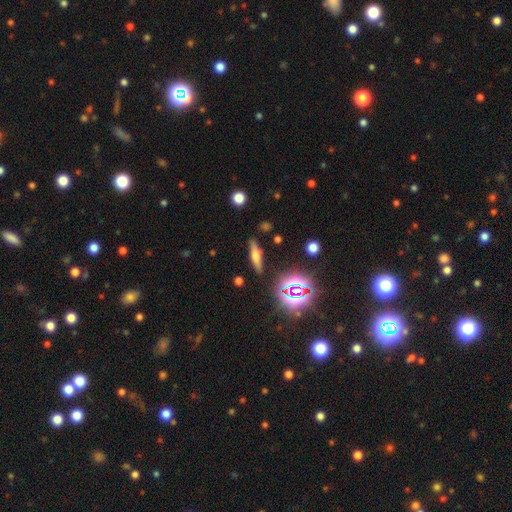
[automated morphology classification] smooth 44%, featured or disk 40%, star or artifact 16%. Down the decision tree: merging — none (85%).